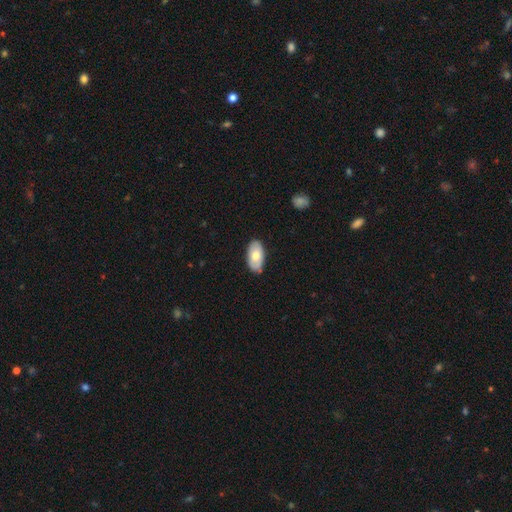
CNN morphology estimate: Smooth or featured? smooth (67%)
How rounded? in between (95%)
Merging? none (83%)